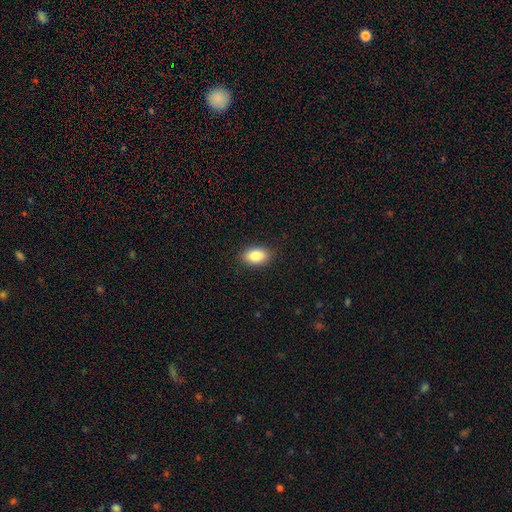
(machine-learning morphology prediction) This appears to be a smooth galaxy with no disk features (86%) that is in between round and cigar-shaped (90%). Merging: none (88%).